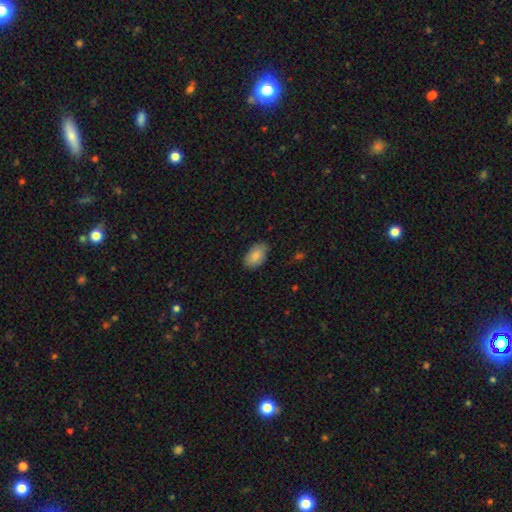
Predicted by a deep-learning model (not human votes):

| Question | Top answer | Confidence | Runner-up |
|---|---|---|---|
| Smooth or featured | smooth | 87% | star or artifact (7%) |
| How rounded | in between | 92% | round (6%) |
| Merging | none | 82% | minor disturbance (14%) |